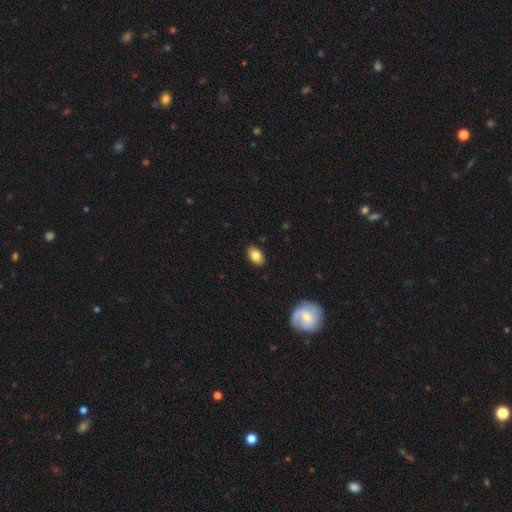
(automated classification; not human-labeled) This is clearly a smooth galaxy (81%). How rounded: clearly in between (90%). Merging: clearly none (88%).